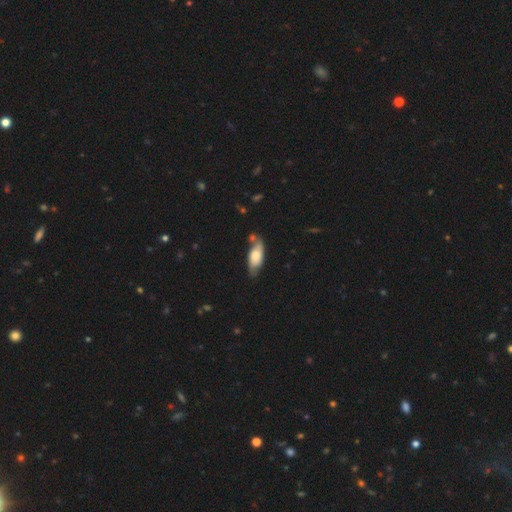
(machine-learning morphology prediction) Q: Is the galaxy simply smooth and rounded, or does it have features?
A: smooth — 55%.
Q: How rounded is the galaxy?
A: in between — 80%.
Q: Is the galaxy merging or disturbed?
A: none — 59%.